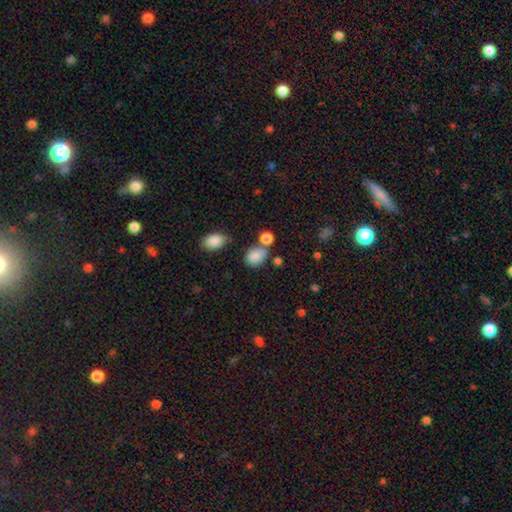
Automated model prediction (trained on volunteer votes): The model was most divided on "merging": none: 53%, merger: 22%, minor disturbance: 19%, major disturbance: 7%. More confident: smooth or featured — smooth (85%); how rounded — in between (66%).